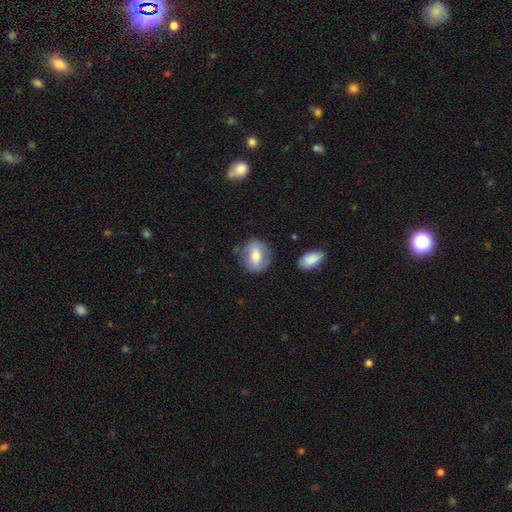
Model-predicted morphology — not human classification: The model was most divided on "how rounded": in between: 57%, round: 40%, cigar-shaped: 3%. More confident: merging — none (68%); smooth or featured — smooth (64%).